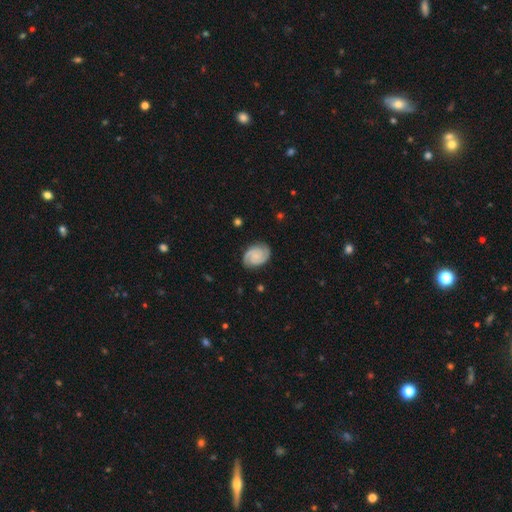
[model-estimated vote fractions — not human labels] smooth-or-featured: featured or disk: 77% | smooth: 17% | star or artifact: 6%
  disk-edge-on: no: 98% | yes: 2%
    bar: no: 63% | weak: 31% | strong: 6%
    has-spiral-arms: yes: 97% | no: 3%
      spiral-winding: tight: 54% | medium: 38% | loose: 8%
      spiral-arm-count: 2: 79% | 3: 10% | can't tell: 6% | 1: 2% | 4: 2% | more than 4: 2%
    bulge-size: small: 42% | none: 40% | moderate: 14% | large: 3% | dominant: 1%
  merging: none: 83% | minor disturbance: 12% | major disturbance: 4% | merger: 1%